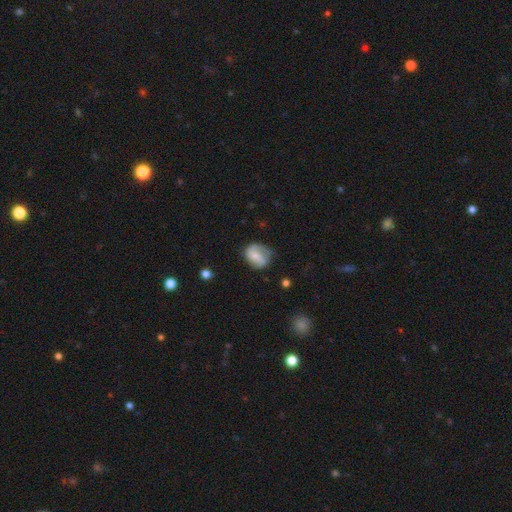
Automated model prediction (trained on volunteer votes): This appears to be a featured or disk galaxy (49%). Merging: none (59%).